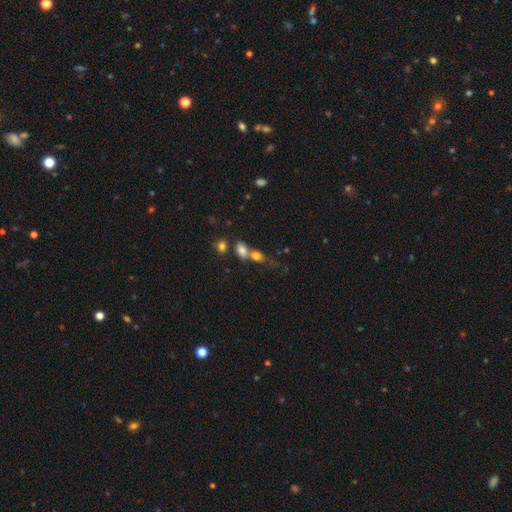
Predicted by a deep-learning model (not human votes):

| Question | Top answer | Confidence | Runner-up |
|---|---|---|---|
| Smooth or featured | smooth | 51% | star or artifact (26%) |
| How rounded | round | 45% | in between (41%) |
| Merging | merger | 53% | none (29%) |